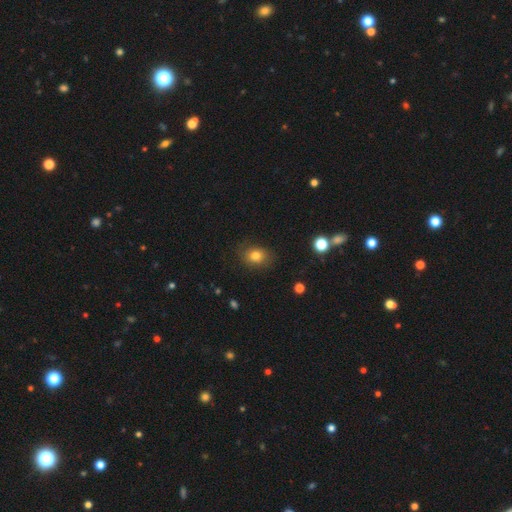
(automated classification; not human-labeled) Smooth or featured: smooth — 79% (star or artifact — 12%)
How rounded: in between — 52% (round — 47%)
Merging: none — 82% (minor disturbance — 13%)